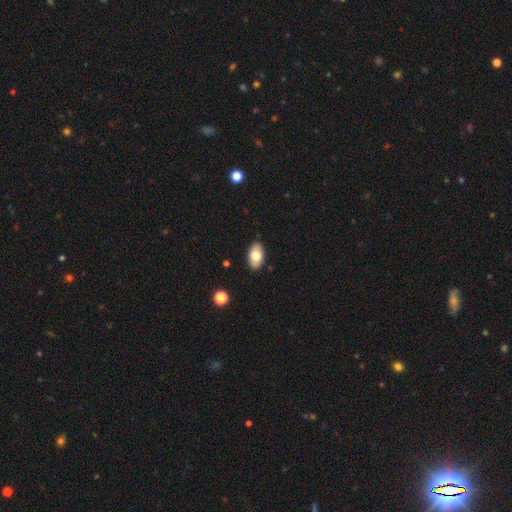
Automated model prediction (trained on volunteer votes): This appears to be a smooth galaxy with no disk features (77%) that is in between round and cigar-shaped (93%). Merging: none (88%).